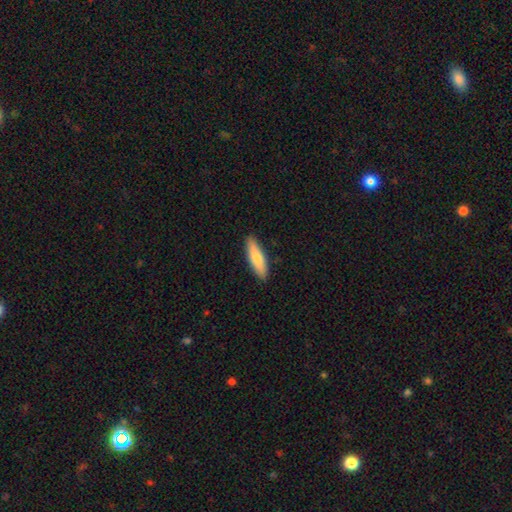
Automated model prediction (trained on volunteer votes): Smooth or featured? smooth (75%)
How rounded? cigar-shaped (65%)
Merging? none (90%)